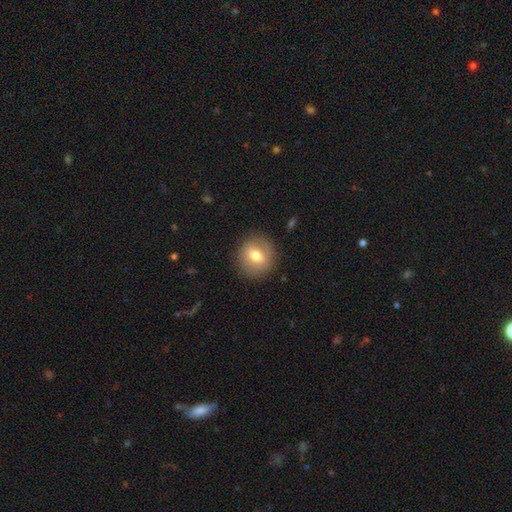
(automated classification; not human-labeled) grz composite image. It shows a smooth galaxy with no disk features (62%) that is round (87%). Merging: none (86%).